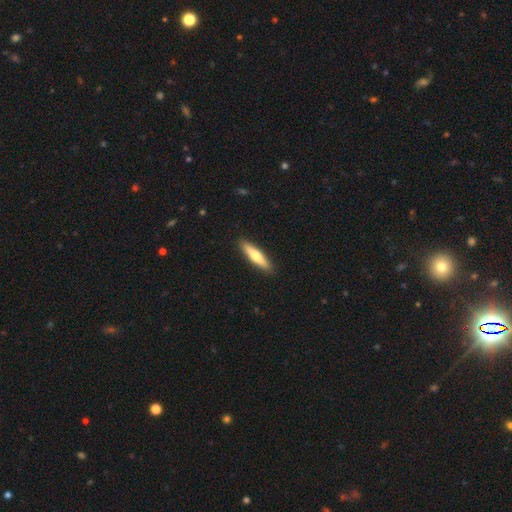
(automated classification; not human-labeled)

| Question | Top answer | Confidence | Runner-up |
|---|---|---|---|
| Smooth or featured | smooth | 59% | featured or disk (36%) |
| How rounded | cigar-shaped | 81% | in between (18%) |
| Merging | none | 91% | minor disturbance (6%) |